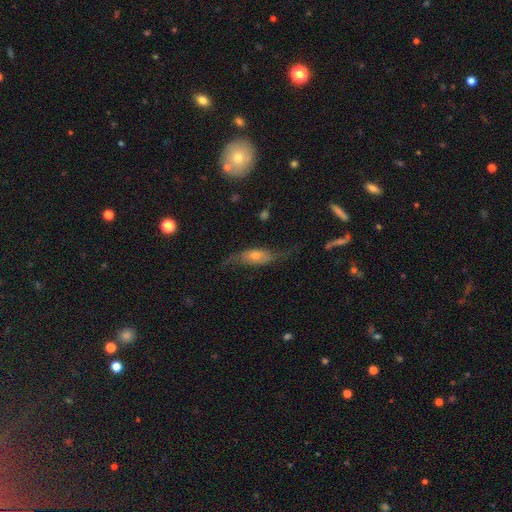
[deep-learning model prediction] The model was most divided on "merging": none: 57%, minor disturbance: 23%, major disturbance: 17%, merger: 2%. More confident: edge-on disk — no (68%); smooth or featured — featured or disk (64%).